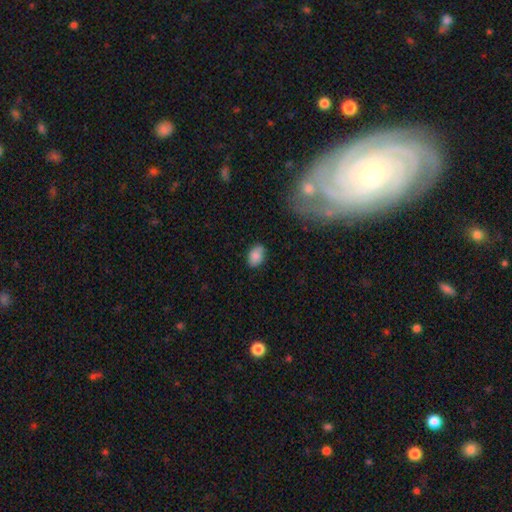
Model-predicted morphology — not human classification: Smooth or featured? smooth (85%)
How rounded? in between (86%)
Merging? none (79%)